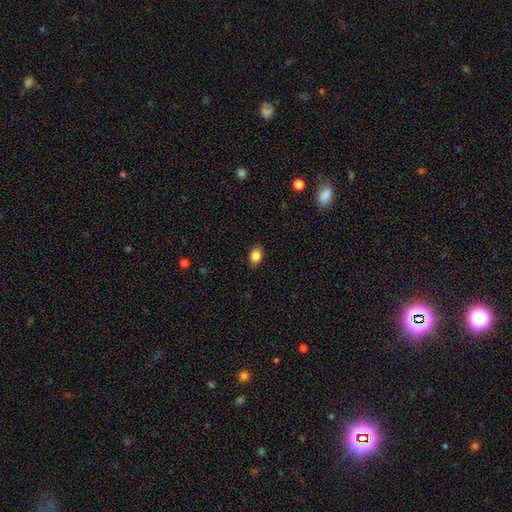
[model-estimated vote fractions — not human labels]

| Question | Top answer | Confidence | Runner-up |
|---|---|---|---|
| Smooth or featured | smooth | 84% | star or artifact (9%) |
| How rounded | in between | 82% | round (16%) |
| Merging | none | 87% | minor disturbance (10%) |